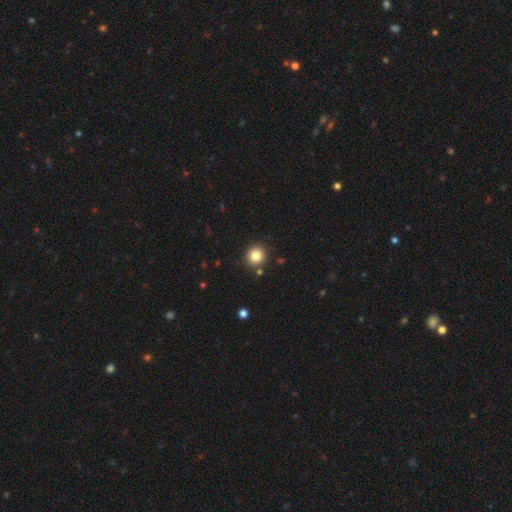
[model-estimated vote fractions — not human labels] Q: Smooth or featured?
A: smooth (83%); runner-up: star or artifact (11%)
Q: How rounded?
A: round (91%); runner-up: in between (8%)
Q: Merging?
A: none (88%); runner-up: minor disturbance (6%)